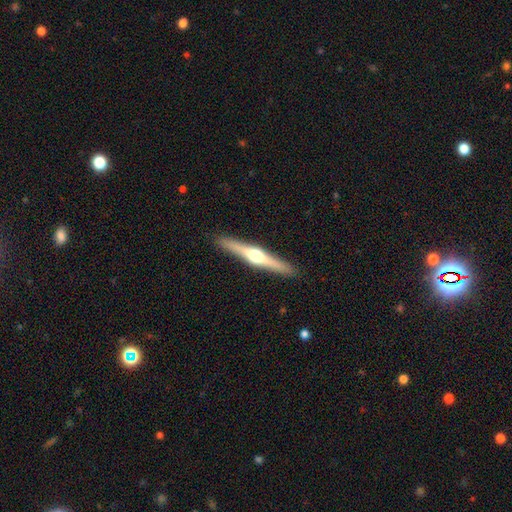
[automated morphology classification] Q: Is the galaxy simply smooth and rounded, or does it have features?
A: featured or disk — 73%.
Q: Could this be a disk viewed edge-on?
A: yes — 98%.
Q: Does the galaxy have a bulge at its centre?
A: rounded — 94%.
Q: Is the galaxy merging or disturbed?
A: none — 92%.